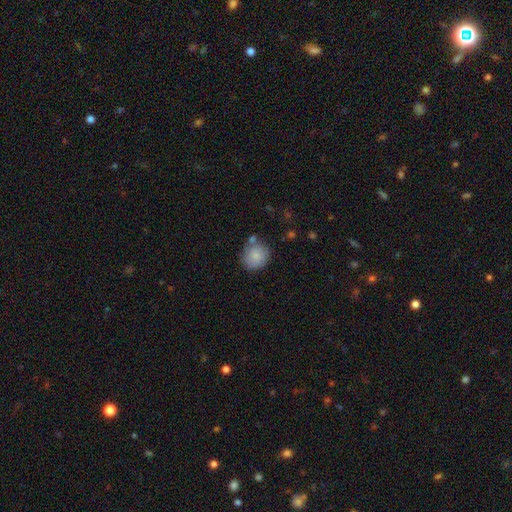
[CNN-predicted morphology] Smooth or featured? smooth (84%)
How rounded? round (78%)
Merging? none (66%)